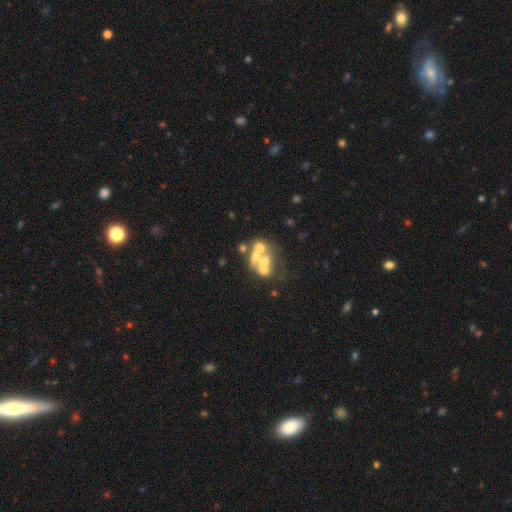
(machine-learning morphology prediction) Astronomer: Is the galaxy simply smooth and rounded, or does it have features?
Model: featured or disk — 50% (runner-up: smooth, 34%).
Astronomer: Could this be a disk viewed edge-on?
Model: no — 98%.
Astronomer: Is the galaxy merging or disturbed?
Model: merger — 56%.